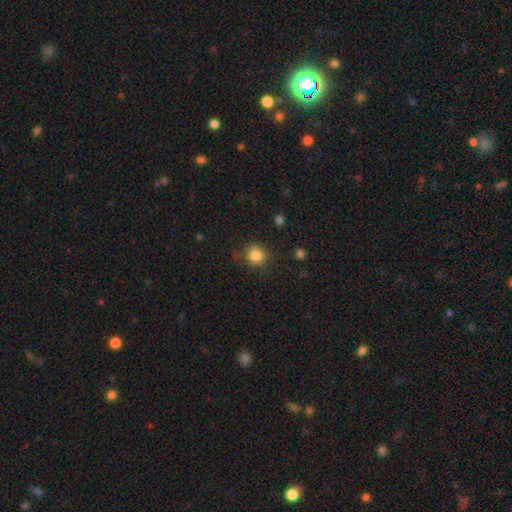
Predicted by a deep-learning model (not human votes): Smooth or featured? smooth (83%)
How rounded? round (81%)
Merging? none (70%)